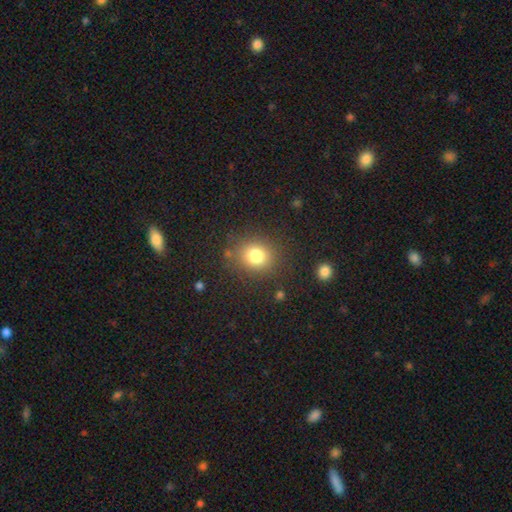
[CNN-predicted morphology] Smooth or featured? Predicted: smooth (p=0.79). How rounded? Predicted: round (p=0.75). Merging? Predicted: none (p=0.83).